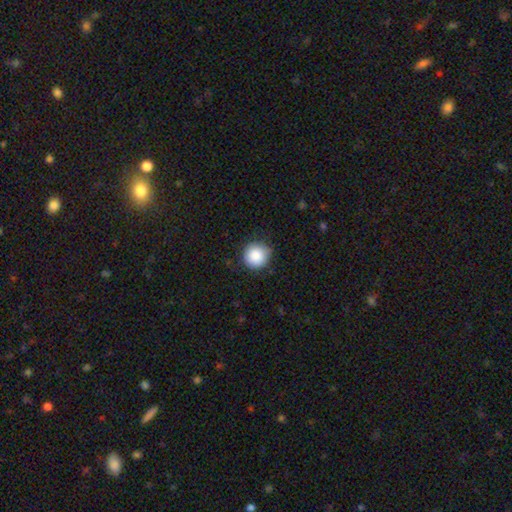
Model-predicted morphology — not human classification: Smooth or featured? Predicted: smooth (p=0.88). How rounded? Predicted: round (p=0.95). Merging? Predicted: none (p=0.84).